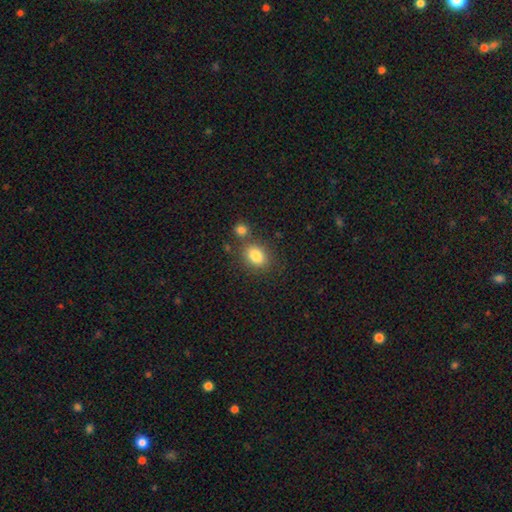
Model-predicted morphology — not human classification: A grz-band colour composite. It shows a smooth galaxy with no disk features (83%) that is in between round and cigar-shaped (67%). Merging: none (68%).